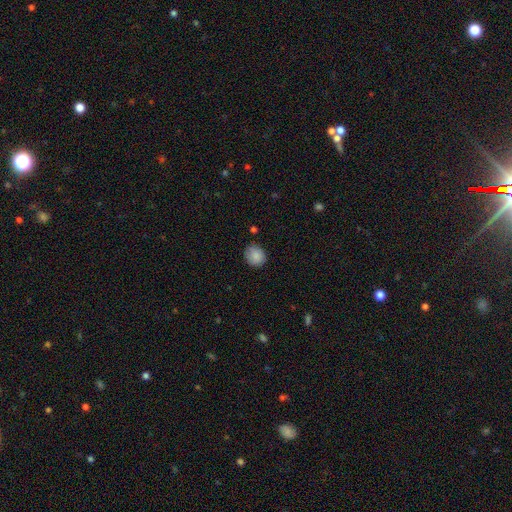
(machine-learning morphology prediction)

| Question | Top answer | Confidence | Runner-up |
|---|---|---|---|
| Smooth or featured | smooth | 87% | star or artifact (8%) |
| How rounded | round | 81% | in between (18%) |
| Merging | none | 80% | minor disturbance (15%) |